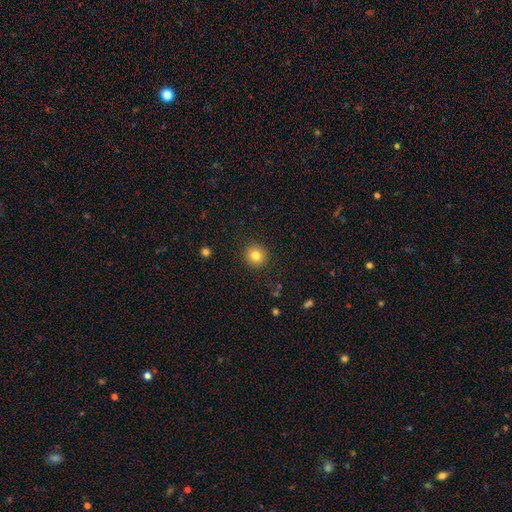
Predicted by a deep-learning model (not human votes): Morphology: type=smooth (81%); roundness=round (93%); merging=none (91%).